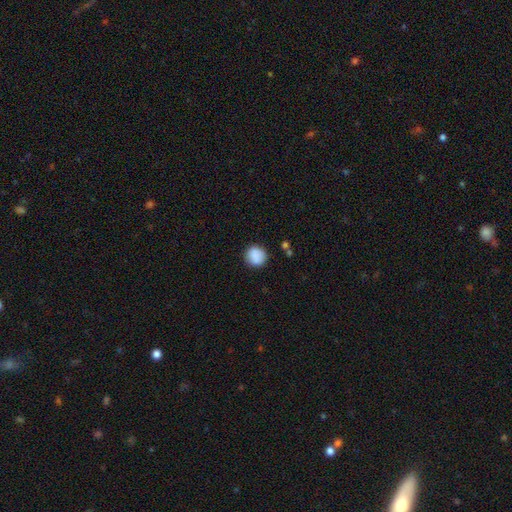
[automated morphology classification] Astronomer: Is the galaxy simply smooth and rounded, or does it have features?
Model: smooth — 88%.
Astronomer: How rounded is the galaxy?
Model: round — 90%.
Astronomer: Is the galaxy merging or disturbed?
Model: none — 87%.